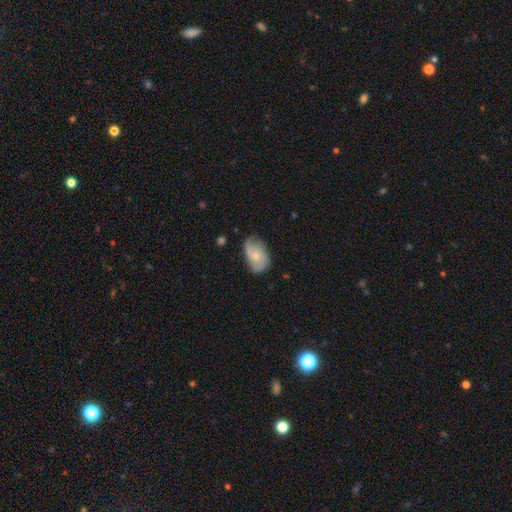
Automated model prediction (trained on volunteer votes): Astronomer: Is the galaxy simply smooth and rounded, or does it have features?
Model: smooth — 49% (runner-up: featured or disk, 44%).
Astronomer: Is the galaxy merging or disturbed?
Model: none — 60%.